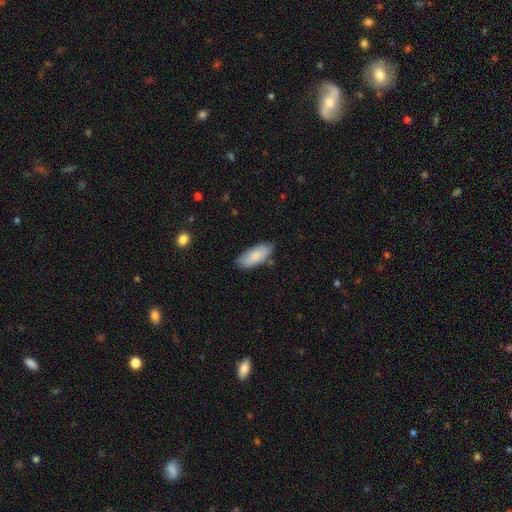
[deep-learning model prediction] Smooth or featured: smooth — 83% (featured or disk — 11%)
How rounded: in between — 83% (cigar-shaped — 15%)
Merging: none — 76% (minor disturbance — 18%)